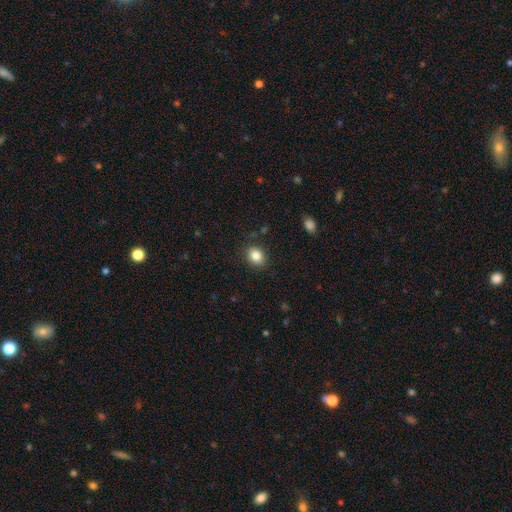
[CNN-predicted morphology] Smooth or featured?
  - smooth: 85% *
  - star or artifact: 9%
  - featured or disk: 6%
How rounded?
  - round: 53% *
  - in between: 46%
  - cigar-shaped: 1%
Merging?
  - none: 87% *
  - minor disturbance: 9%
  - major disturbance: 3%
  - merger: 1%